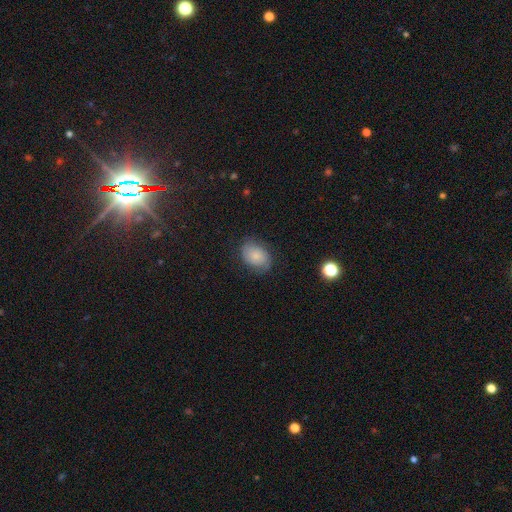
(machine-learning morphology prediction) The model was most divided on "smooth or featured": smooth: 61%, featured or disk: 30%, star or artifact: 9%. More confident: how rounded — in between (74%); merging — none (71%).